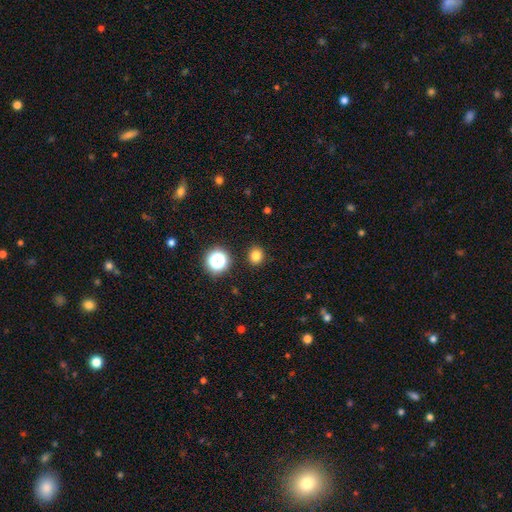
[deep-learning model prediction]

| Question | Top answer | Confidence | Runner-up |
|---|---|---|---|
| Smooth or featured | smooth | 79% | star or artifact (16%) |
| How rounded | round | 77% | in between (22%) |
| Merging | none | 90% | minor disturbance (6%) |